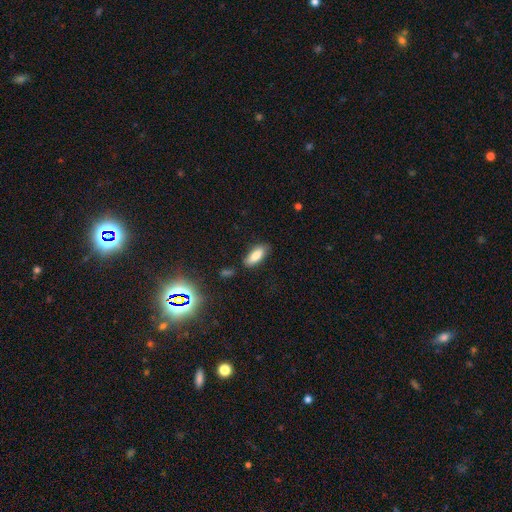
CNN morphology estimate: Smooth or featured? smooth (80%)
How rounded? in between (75%)
Merging? none (81%)